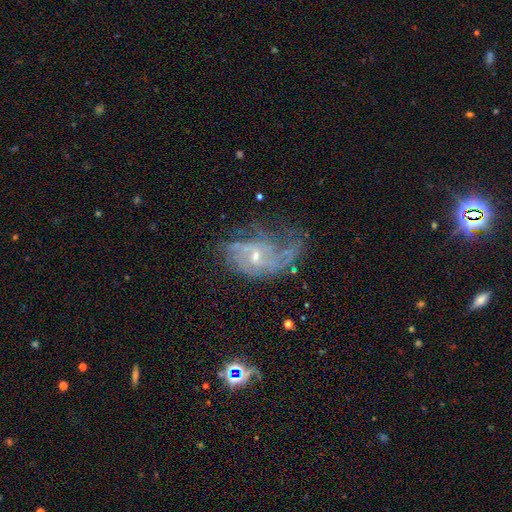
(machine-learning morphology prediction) Smooth or featured?
  - featured or disk: 77% *
  - smooth: 12%
  - star or artifact: 11%
Edge-on disk?
  - no: 96% *
  - yes: 4%
Bar?
  - no: 53% *
  - weak: 40%
  - strong: 8%
Spiral arms?
  - yes: 81% *
  - no: 19%
Spiral winding?
  - medium: 37% * (tied)
  - loose: 37% * (tied)
  - tight: 26%
Spiral arm count?
  - can't tell: 39% *
  - 2: 28%
  - 1: 13%
  - 3: 10%
  - 4: 5%
  - more than 4: 4%
Bulge size?
  - small: 63% *
  - moderate: 32%
  - none: 3%
  - large: 1%
  - dominant: 1%
Merging?
  - none: 39% *
  - major disturbance: 34%
  - minor disturbance: 24%
  - merger: 3%